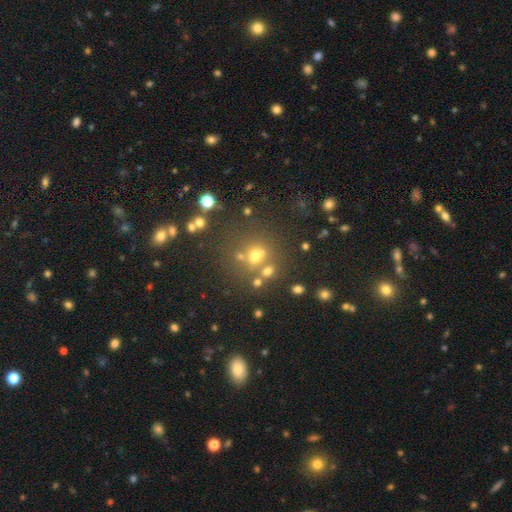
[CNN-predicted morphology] This is possibly a smooth galaxy (54%). How rounded: likely round (75%). Merging: possibly none (58%).